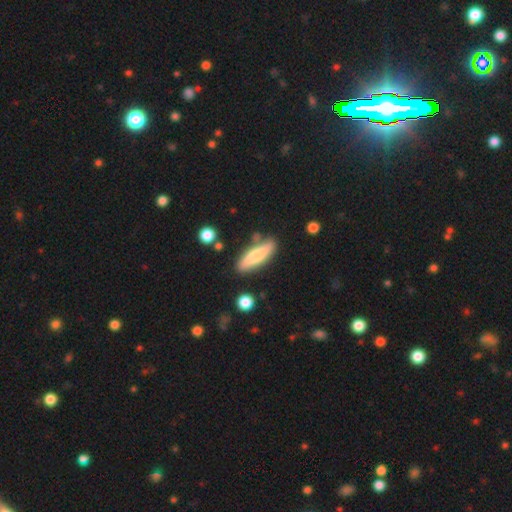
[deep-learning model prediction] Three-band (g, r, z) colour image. It shows a smooth galaxy with no disk features (70%) that is cigar-shaped (58%). Merging: none (74%).